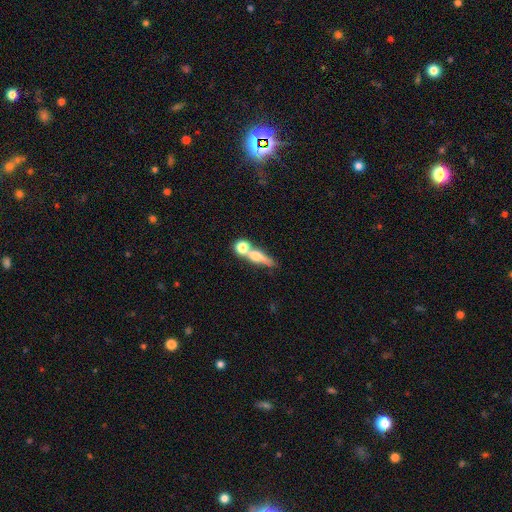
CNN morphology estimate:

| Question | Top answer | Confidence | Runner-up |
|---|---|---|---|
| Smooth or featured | smooth | 57% | featured or disk (33%) |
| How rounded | cigar-shaped | 39% | in between (31%) |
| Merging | merger | 52% | none (31%) |